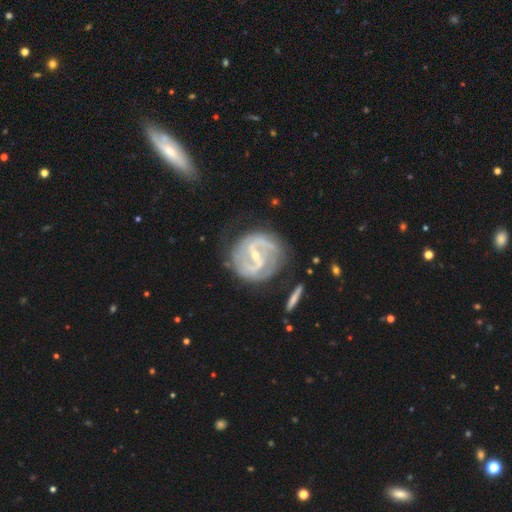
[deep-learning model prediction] This is clearly a featured or disk galaxy (89%). It is clearly not viewed edge-on (97%). Bar: possibly strong (49%). Spiral arm pattern: clearly yes (95%). Spiral arm count: clearly 2 (83%). Spiral winding: possibly medium (49%). Central bulge: likely small (71%). Merging: likely none (72%).